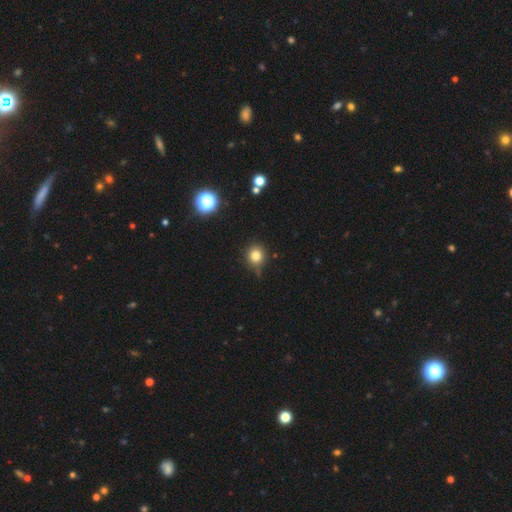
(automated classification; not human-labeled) Smooth or featured? smooth (80%)
How rounded? round (88%)
Merging? none (76%)